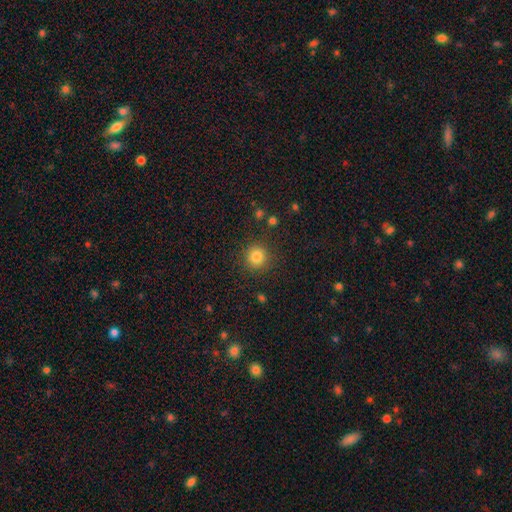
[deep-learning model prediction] A smooth galaxy with no disk features (82%) that is round (93%). Merging: none (90%).